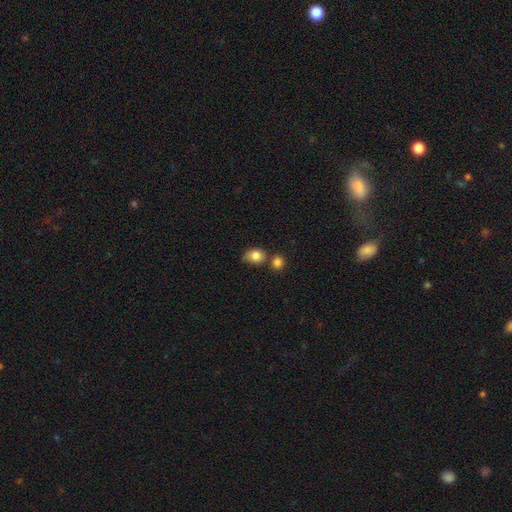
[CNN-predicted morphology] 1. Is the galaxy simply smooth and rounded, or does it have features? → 82% smooth, 10% star or artifact, 9% featured or disk.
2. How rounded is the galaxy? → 53% round, 46% in between, 1% cigar-shaped.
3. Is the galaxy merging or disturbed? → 48% none, 26% merger, 21% minor disturbance, 6% major disturbance.